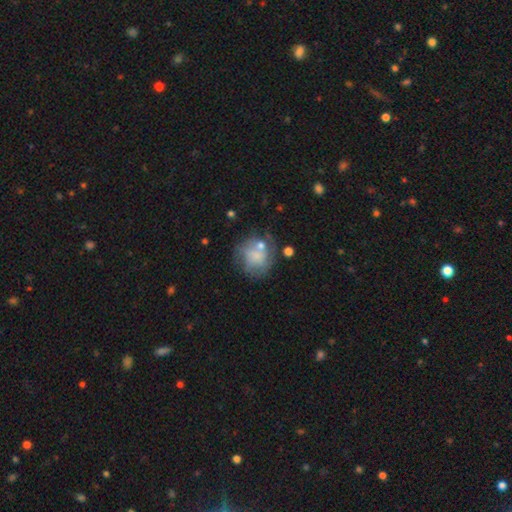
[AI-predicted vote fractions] Smooth or featured?
  - smooth: 57% *
  - featured or disk: 33%
  - star or artifact: 10%
How rounded?
  - round: 78% *
  - in between: 21%
  - cigar-shaped: 1%
Merging?
  - none: 47% *
  - minor disturbance: 23%
  - major disturbance: 17%
  - merger: 14%